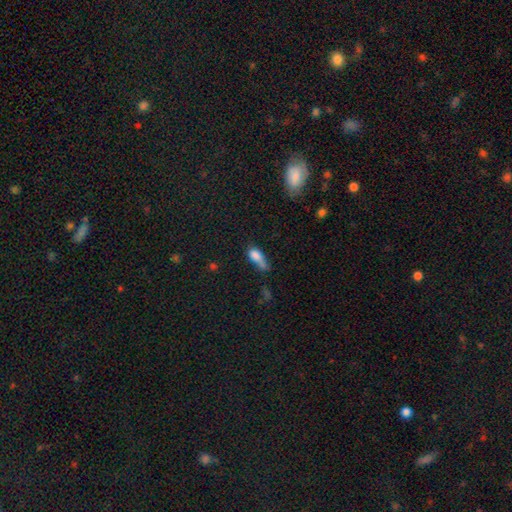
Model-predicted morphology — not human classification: Smooth or featured?
  - smooth: 77% *
  - featured or disk: 13%
  - star or artifact: 11%
How rounded?
  - in between: 75% *
  - cigar-shaped: 17%
  - round: 8%
Merging?
  - minor disturbance: 32% *
  - major disturbance: 27%
  - none: 26%
  - merger: 15%